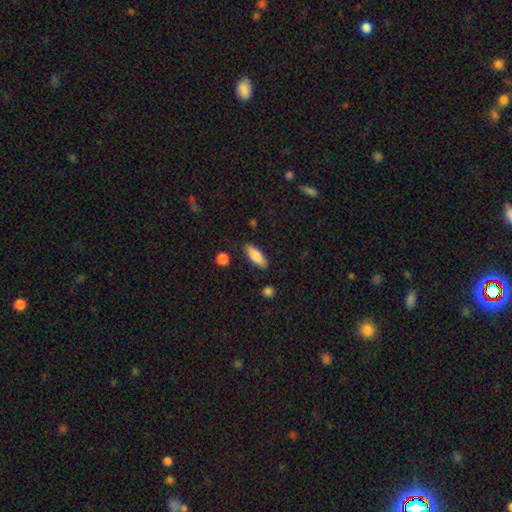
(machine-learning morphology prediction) A smooth galaxy with no disk features (78%) that is in between round and cigar-shaped (61%).

Vote fractions:
- Smooth or featured? smooth: 78% / featured or disk: 16% / star or artifact: 6%
- How rounded? in between: 61% / cigar-shaped: 36% / round: 2%
- Merging? none: 85% / minor disturbance: 10% / major disturbance: 2% / merger: 2%